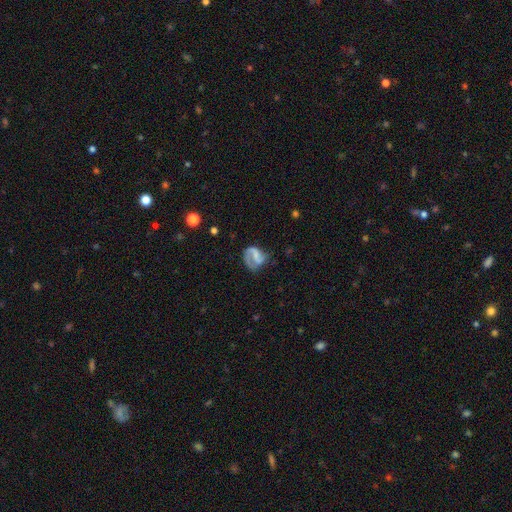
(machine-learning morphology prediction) smooth_or_featured: featured or disk (p=0.65) [alt: smooth p=0.27]
disk_edge_on: no (p=0.98) [alt: yes p=0.02]
bar: weak (p=0.40) [alt: no p=0.39]
has_spiral_arms: yes (p=0.81) [alt: no p=0.19]
spiral_winding: medium (p=0.41) [alt: loose p=0.36]
spiral_arm_count: 2 (p=0.51) [alt: 1 p=0.37]
bulge_size: none (p=0.49) [alt: small p=0.32]
merging: none (p=0.43) [alt: major disturbance p=0.30]